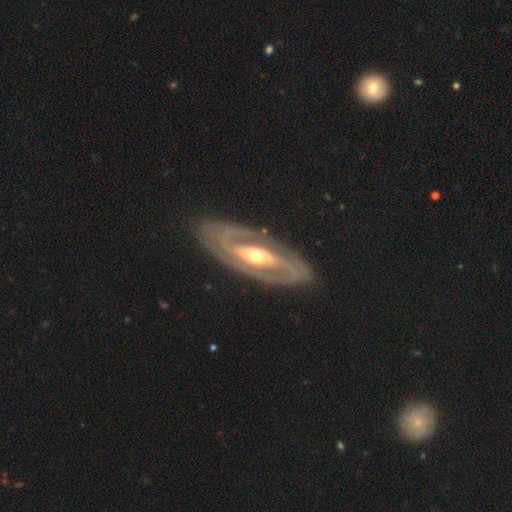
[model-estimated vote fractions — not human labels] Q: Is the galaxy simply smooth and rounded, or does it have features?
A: featured or disk — 89%.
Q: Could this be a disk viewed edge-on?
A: no — 93%.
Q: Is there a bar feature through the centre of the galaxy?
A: no — 39%.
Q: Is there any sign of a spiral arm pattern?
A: yes — 92%.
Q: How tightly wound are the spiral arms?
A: tight — 53%.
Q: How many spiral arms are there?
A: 2 — 85%.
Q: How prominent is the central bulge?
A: moderate — 66%.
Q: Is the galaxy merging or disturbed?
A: none — 83%.